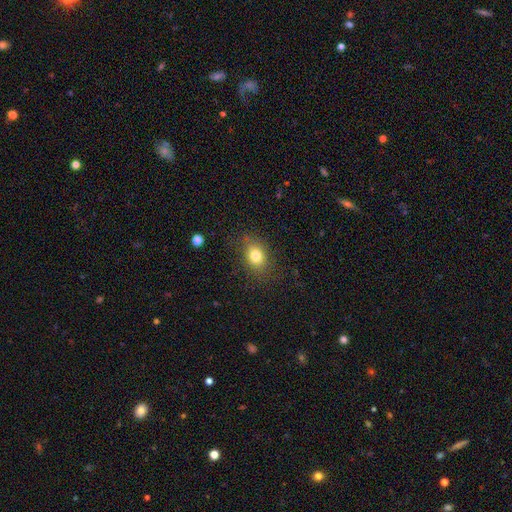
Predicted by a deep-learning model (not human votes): A smooth galaxy with no disk features (78%) that is in between round and cigar-shaped (60%). Merging: none (79%).